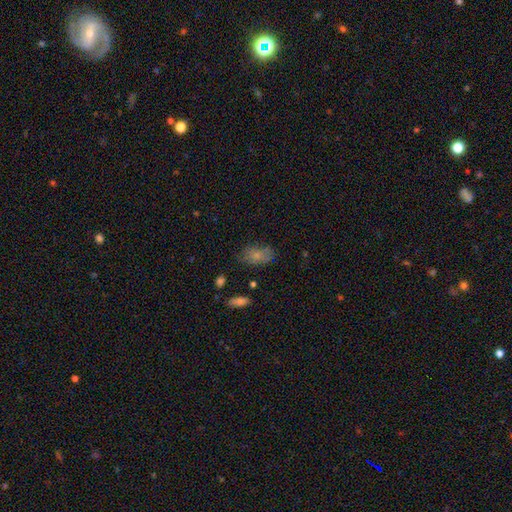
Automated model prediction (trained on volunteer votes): Morphology: type=smooth (64%); roundness=in between (85%); merging=none (73%).